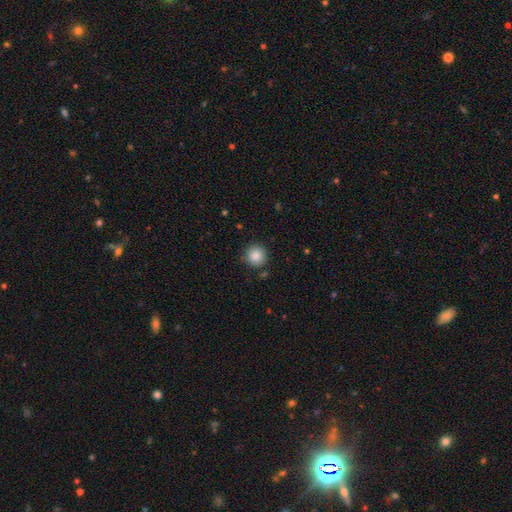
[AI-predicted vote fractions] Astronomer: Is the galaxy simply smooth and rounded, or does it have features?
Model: smooth — 87%.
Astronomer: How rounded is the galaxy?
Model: round — 95%.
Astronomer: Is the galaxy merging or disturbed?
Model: none — 88%.